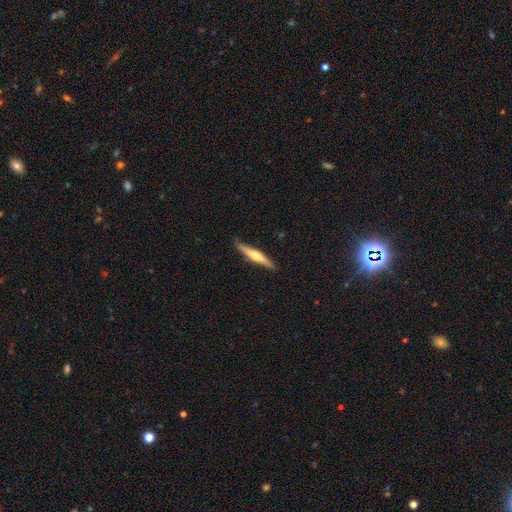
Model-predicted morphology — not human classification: Overall: featured or disk (50%; smooth 45%). Edge-on disk: yes (95%). Merging: none (87%).